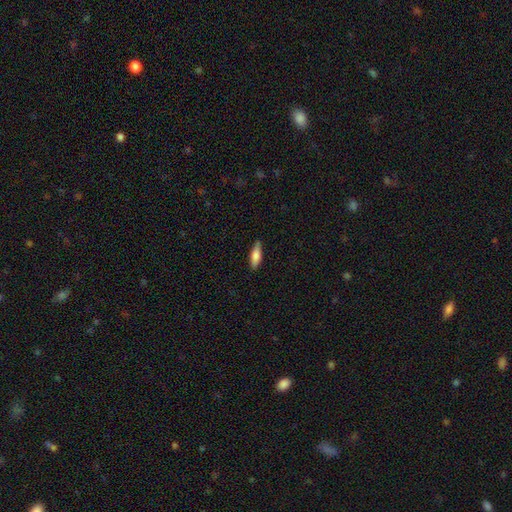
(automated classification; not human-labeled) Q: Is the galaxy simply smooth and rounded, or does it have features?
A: smooth — 75%.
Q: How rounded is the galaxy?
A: cigar-shaped — 49%, tied with in between.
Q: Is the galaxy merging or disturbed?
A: none — 84%.